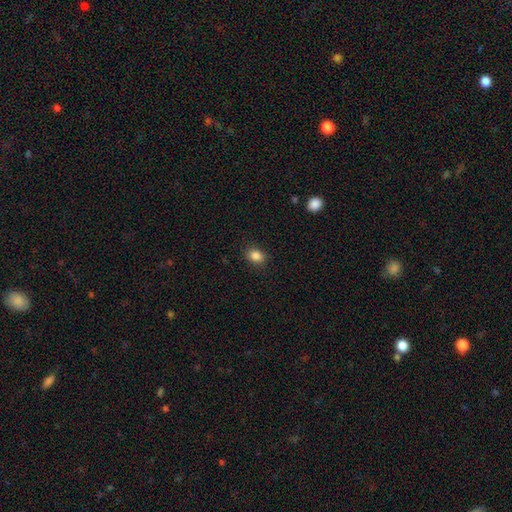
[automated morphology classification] Smooth or featured? Predicted: smooth (p=0.86). How rounded? Predicted: in between (p=0.59). Merging? Predicted: none (p=0.87).